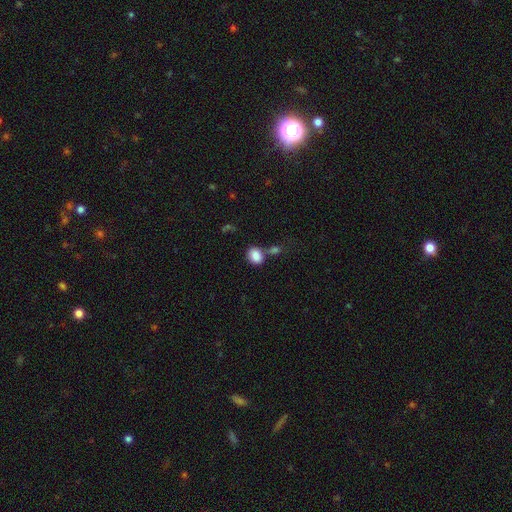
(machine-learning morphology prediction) smooth-or-featured: smooth: 85% | star or artifact: 9% | featured or disk: 6%
  how-rounded: in between: 57% | round: 42% | cigar-shaped: 1%
  merging: none: 54% | merger: 28% | minor disturbance: 13% | major disturbance: 5%